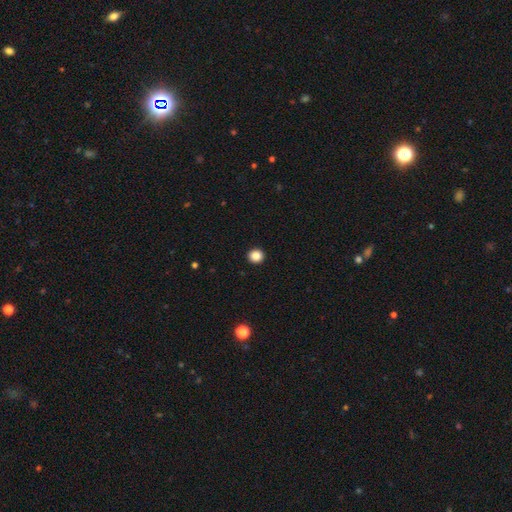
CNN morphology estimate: smooth-or-featured: smooth: 86% | star or artifact: 10% | featured or disk: 4%
  how-rounded: round: 91% | in between: 8% | cigar-shaped: 1%
  merging: none: 94% | minor disturbance: 4% | major disturbance: 1% | merger: 1%